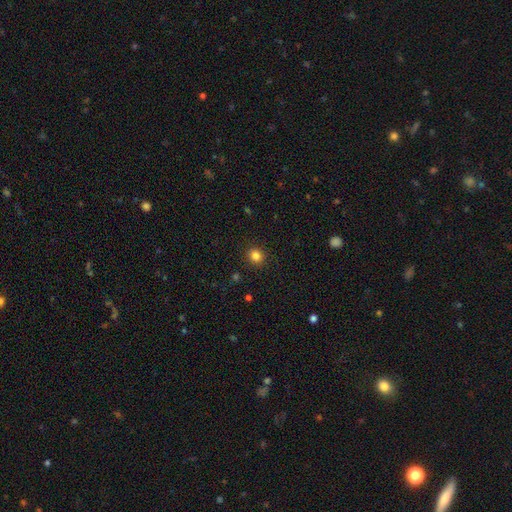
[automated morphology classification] smooth 84%, star or artifact 12%, featured or disk 4%. Down the decision tree: how rounded — round (86%); merging — none (91%).